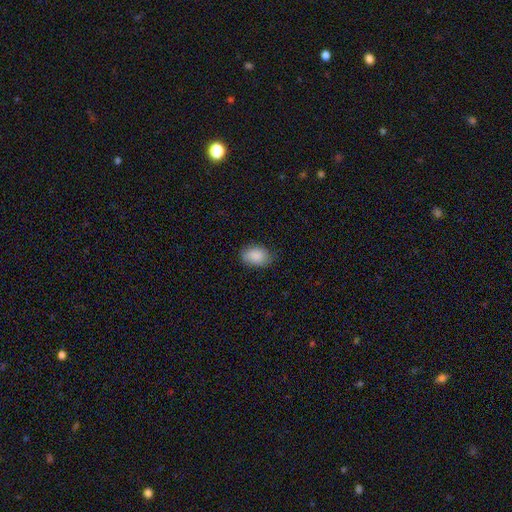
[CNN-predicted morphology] type=smooth (86%); roundness=in between (84%); merging=none (73%).